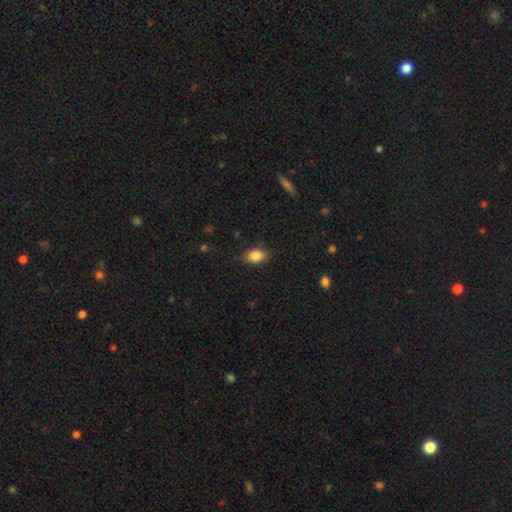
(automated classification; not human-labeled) Overall: smooth (86%). How rounded: in between (81%). Merging: none (82%).